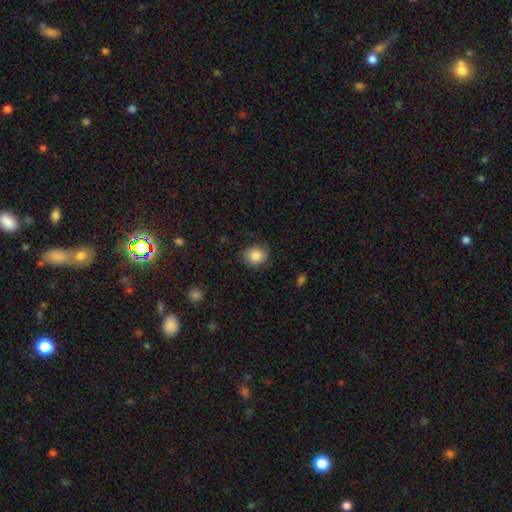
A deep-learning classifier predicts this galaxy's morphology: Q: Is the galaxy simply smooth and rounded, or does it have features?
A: smooth — 86%.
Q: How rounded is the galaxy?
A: round — 61%.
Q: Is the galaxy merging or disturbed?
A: none — 78%.